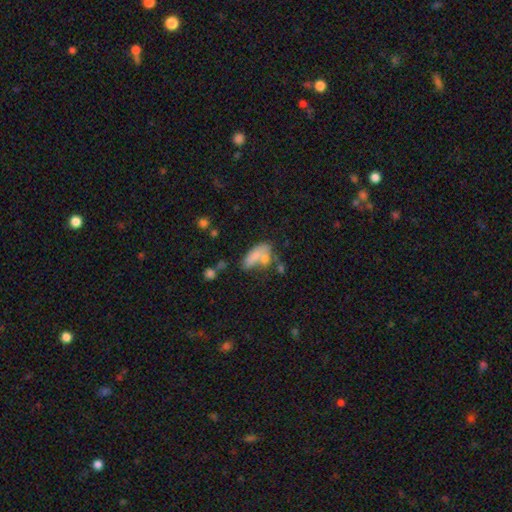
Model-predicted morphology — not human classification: smooth-or-featured: smooth: 70% | featured or disk: 19% | star or artifact: 10%
  how-rounded: in between: 80% | cigar-shaped: 16% | round: 5%
  merging: merger: 34% | none: 31% | minor disturbance: 19% | major disturbance: 16%